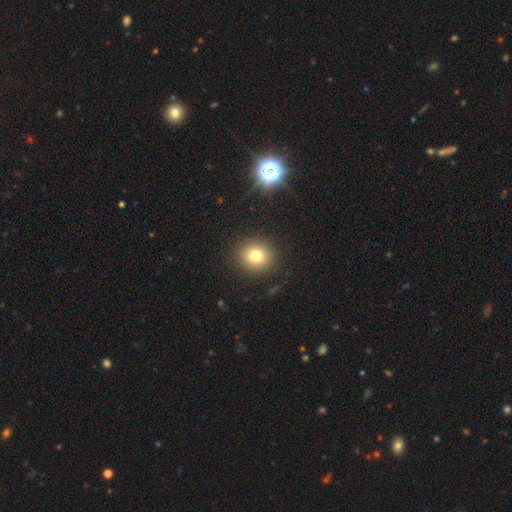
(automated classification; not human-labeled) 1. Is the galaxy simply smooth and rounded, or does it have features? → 77% smooth, 14% star or artifact, 9% featured or disk.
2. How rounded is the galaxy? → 88% round, 11% in between, 1% cigar-shaped.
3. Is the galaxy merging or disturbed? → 90% none, 6% minor disturbance, 3% major disturbance, 1% merger.